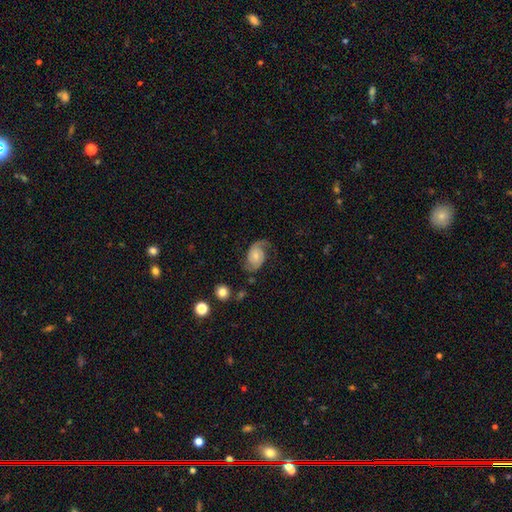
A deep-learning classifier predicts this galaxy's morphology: smooth_or_featured: featured or disk (p=0.78) [alt: smooth p=0.15]
disk_edge_on: no (p=0.98) [alt: yes p=0.02]
bar: no (p=0.68) [alt: weak p=0.28]
has_spiral_arms: yes (p=0.96) [alt: no p=0.04]
spiral_winding: medium (p=0.44) [alt: loose p=0.32]
spiral_arm_count: 2 (p=0.85) [alt: 1 p=0.08]
bulge_size: small (p=0.50) [alt: moderate p=0.34]
merging: none (p=0.64) [alt: minor disturbance p=0.21]